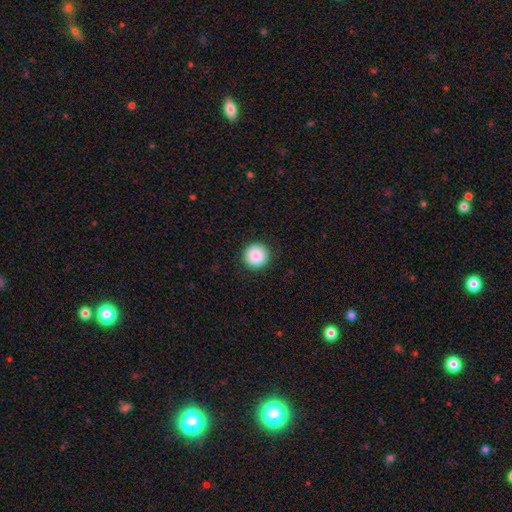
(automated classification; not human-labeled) A smooth galaxy with no disk features (89%) that is round (95%).

Vote fractions:
- Smooth or featured? smooth: 89% / star or artifact: 8% / featured or disk: 4%
- How rounded? round: 95% / in between: 4% / cigar-shaped: 1%
- Merging? none: 91% / minor disturbance: 6% / major disturbance: 2% / merger: 1%